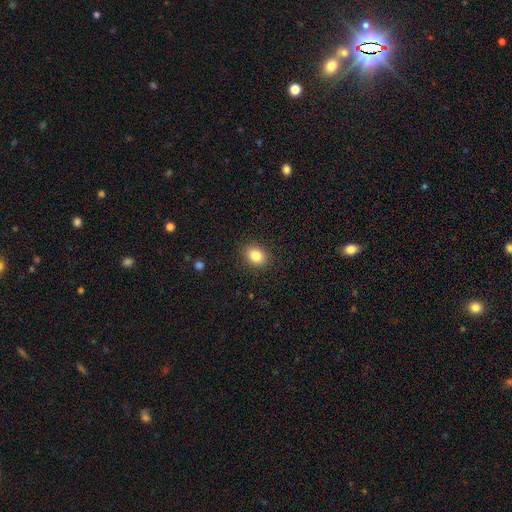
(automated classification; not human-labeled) This is clearly a smooth galaxy (85%). How rounded: possibly in between (55%). Merging: clearly none (88%).